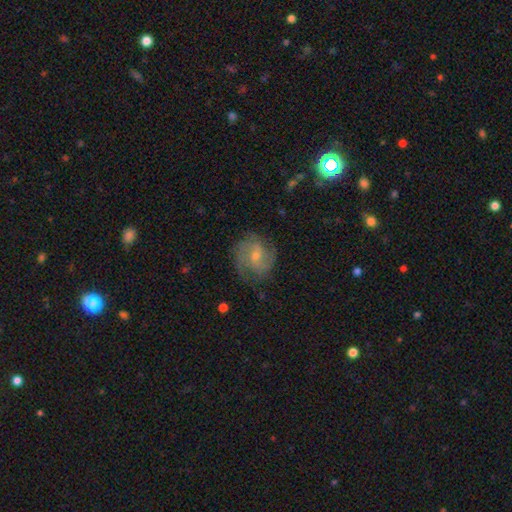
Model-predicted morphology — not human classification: This appears to be a featured or disk galaxy (76%) with no bar (51%), 2 (40%) medium (45%) spiral arms (93%) and a small central bulge (58%). Merging: none (75%).